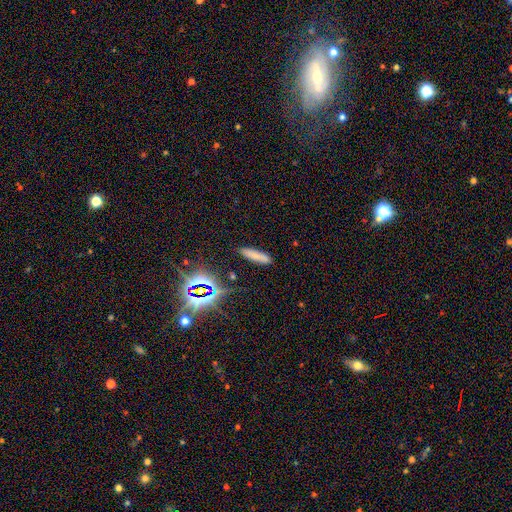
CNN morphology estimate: Overall: smooth (71%). How rounded: cigar-shaped (75%). Merging: none (85%).